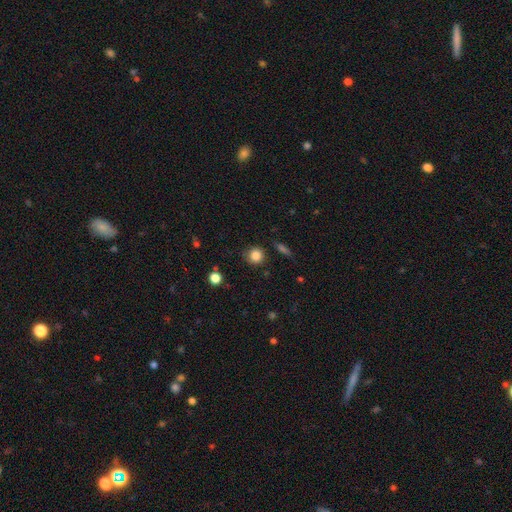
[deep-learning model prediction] This appears to be a smooth galaxy with no disk features (84%) that is round (91%). Merging: none (85%).